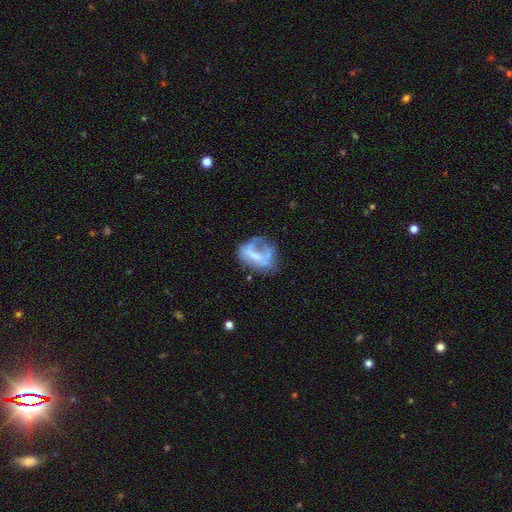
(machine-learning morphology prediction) type=featured or disk (52%); edge-on=no (97%); bar=no (60%); spiral arms=no (76%); bulge=none (40%); merging=none (34%).